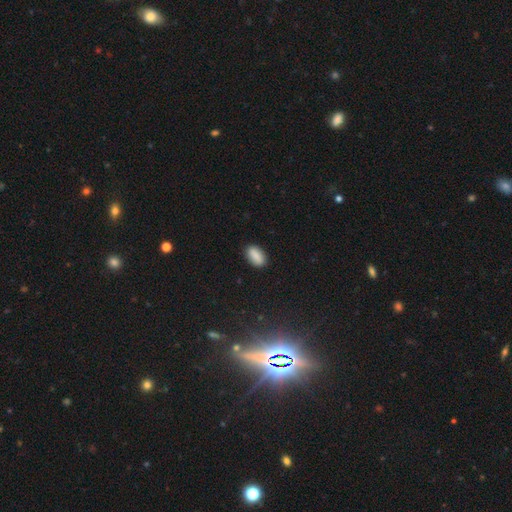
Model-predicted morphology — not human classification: Overall: smooth (88%). How rounded: in between (92%). Merging: none (87%).